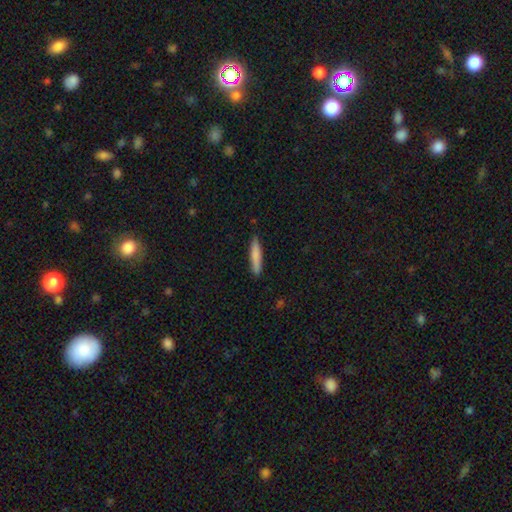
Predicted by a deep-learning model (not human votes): Overall: smooth (80%). How rounded: cigar-shaped (88%). Merging: none (86%).